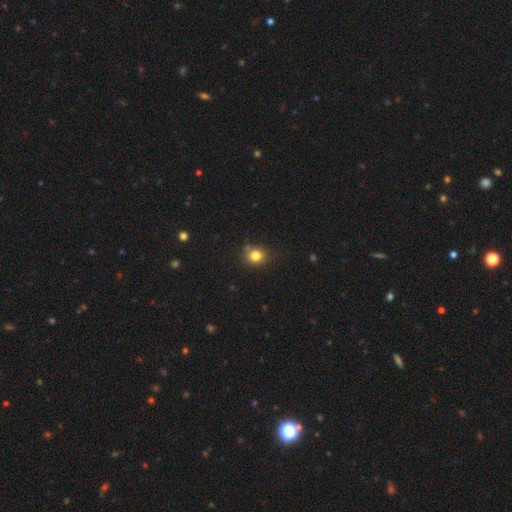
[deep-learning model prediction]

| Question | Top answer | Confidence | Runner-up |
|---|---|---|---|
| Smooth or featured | smooth | 81% | star or artifact (13%) |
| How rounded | round | 74% | in between (25%) |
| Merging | none | 77% | minor disturbance (16%) |